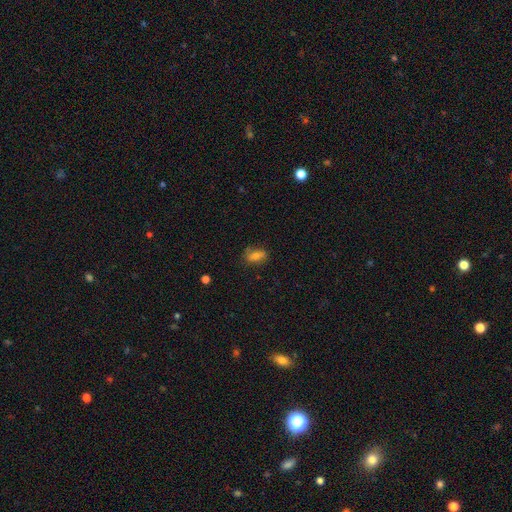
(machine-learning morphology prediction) Smooth or featured? Predicted: smooth (p=0.64). How rounded? Predicted: in between (p=0.79). Merging? Predicted: none (p=0.74).